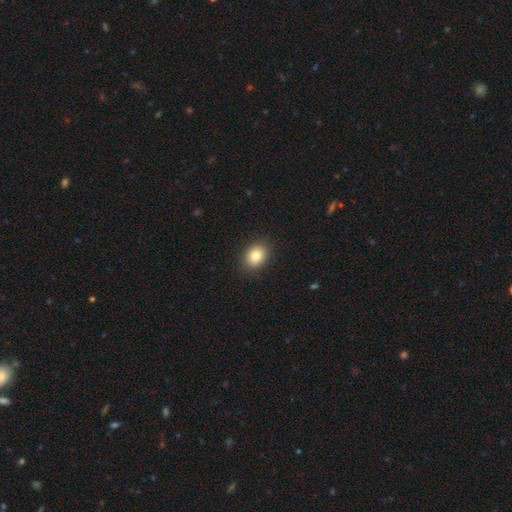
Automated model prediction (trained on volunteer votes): The model was most divided on "how rounded": in between: 61%, round: 38%, cigar-shaped: 1%. More confident: merging — none (88%); smooth or featured — smooth (83%).